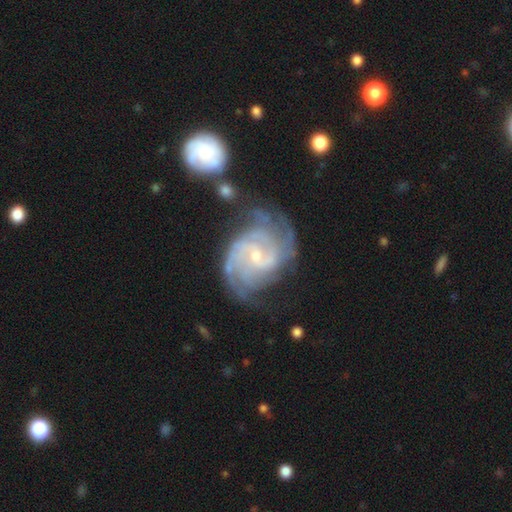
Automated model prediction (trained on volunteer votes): smooth-or-featured: featured or disk: 89% | star or artifact: 6% | smooth: 6%
  disk-edge-on: no: 98% | yes: 2%
    bar: weak: 46% | no: 42% | strong: 13%
    has-spiral-arms: yes: 97% | no: 3%
      spiral-winding: tight: 48% | medium: 40% | loose: 12%
      spiral-arm-count: 2: 29% | can't tell: 23% | 3: 22% | 4: 14% | more than 4: 6% | 1: 6%
    bulge-size: small: 73% | moderate: 23% | none: 2% | large: 1% | dominant: 1%
  merging: none: 55% | minor disturbance: 22% | major disturbance: 15% | merger: 8%